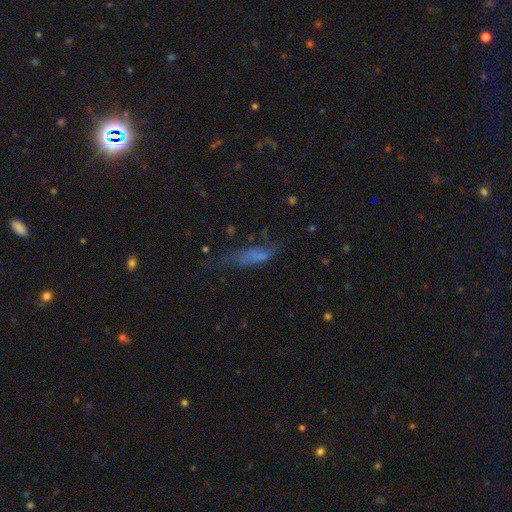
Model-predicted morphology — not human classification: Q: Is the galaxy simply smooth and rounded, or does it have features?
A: smooth — 56%.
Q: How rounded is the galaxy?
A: cigar-shaped — 54%.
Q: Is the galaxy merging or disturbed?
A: none — 35%.